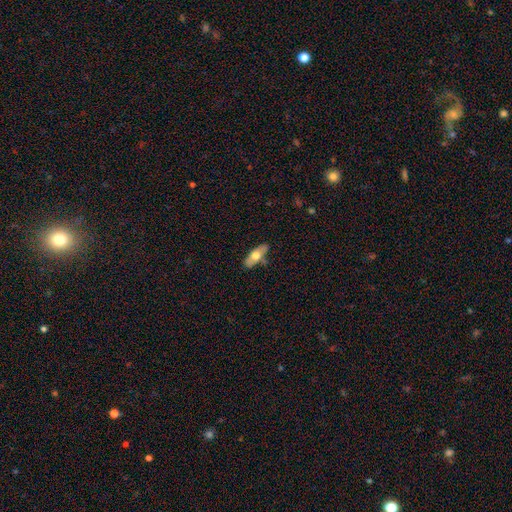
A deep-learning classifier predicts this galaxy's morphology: Smooth or featured? smooth (57%)
How rounded? in between (70%)
Merging? none (79%)